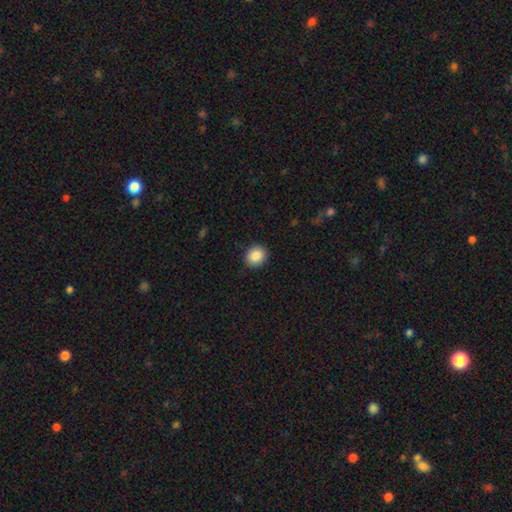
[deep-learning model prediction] A smooth galaxy with no disk features (88%) that is round (70%). Merging: none (89%).